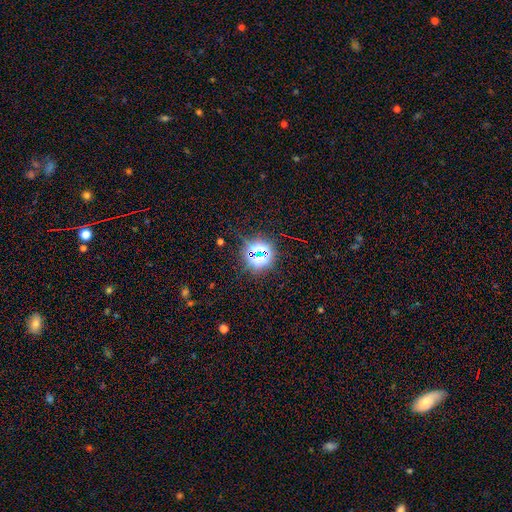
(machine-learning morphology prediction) A star or artifact, not a galaxy (71%).